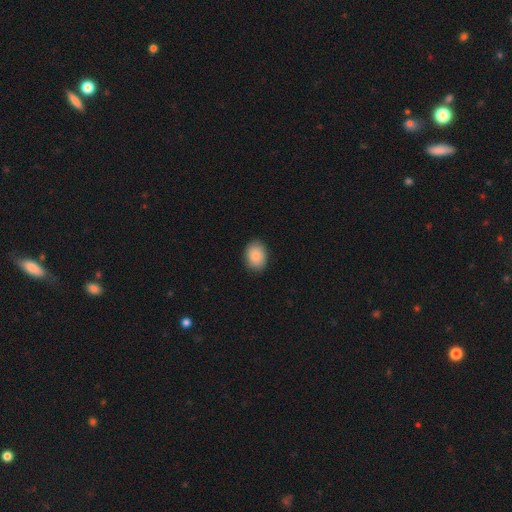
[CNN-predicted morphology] The model was most divided on "how rounded": in between: 67%, round: 32%, cigar-shaped: 1%. More confident: smooth or featured — smooth (87%); merging — none (87%).